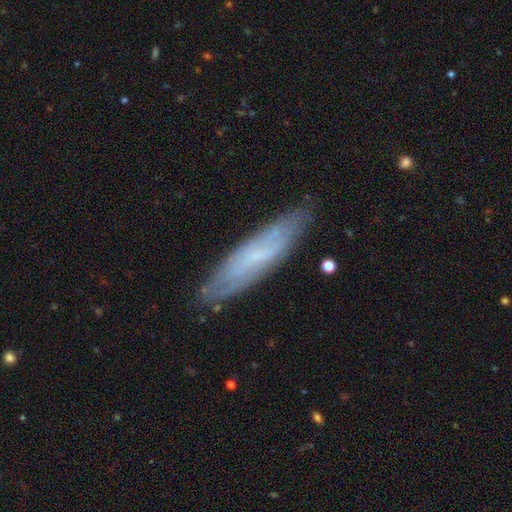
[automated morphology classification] Q: Smooth or featured?
A: featured or disk (51%); runner-up: smooth (41%)
Q: Edge-on disk?
A: no (50%); tied with: yes (50%)
Q: Merging?
A: none (80%); runner-up: minor disturbance (15%)